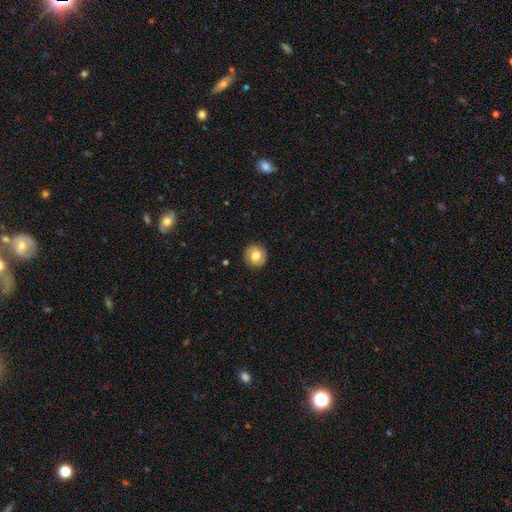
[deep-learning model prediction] Smooth or featured? Predicted: smooth (p=0.66). How rounded? Predicted: round (p=0.91). Merging? Predicted: none (p=0.90).